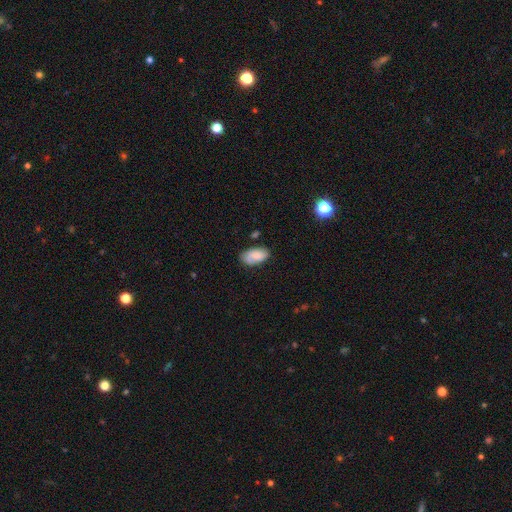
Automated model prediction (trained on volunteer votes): smooth-or-featured: smooth: 82% | featured or disk: 11% | star or artifact: 7%
  how-rounded: in between: 94% | round: 4% | cigar-shaped: 2%
  merging: none: 72% | minor disturbance: 21% | major disturbance: 4% | merger: 3%